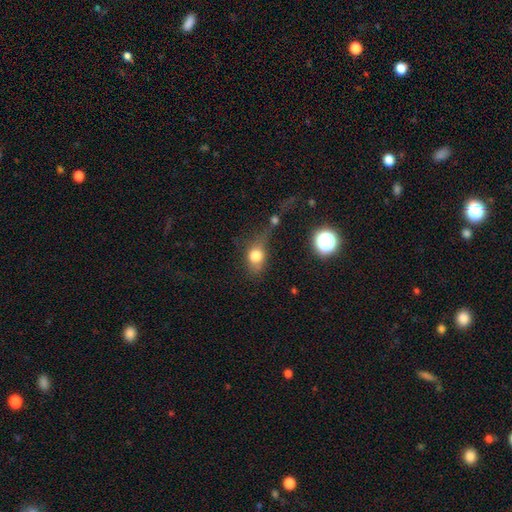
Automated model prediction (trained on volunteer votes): This appears to be a smooth galaxy with no disk features (74%) that is in between round and cigar-shaped (52%). Merging: none (36%).